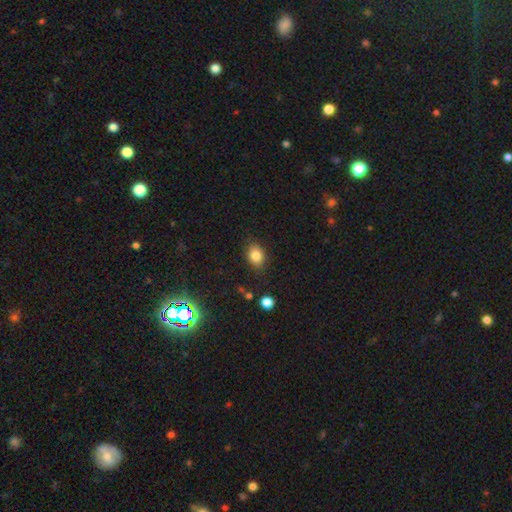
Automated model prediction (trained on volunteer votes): Smooth or featured? smooth (83%)
How rounded? in between (62%)
Merging? none (81%)